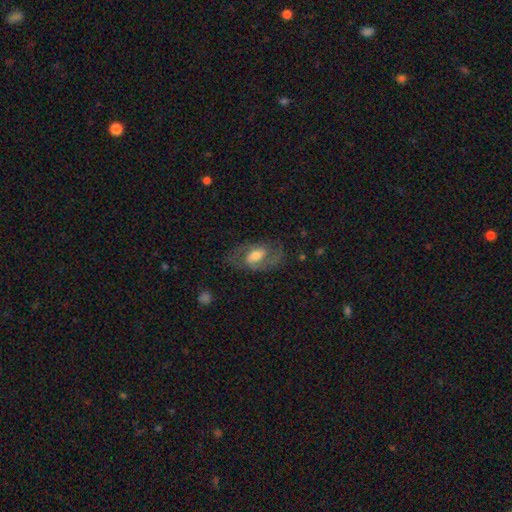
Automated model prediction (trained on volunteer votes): This appears to be a featured or disk galaxy (72%) with a weak bar (48%), 2 (85%) medium (55%) spiral arms (86%) and a moderate central bulge (58%). Merging: none (67%).